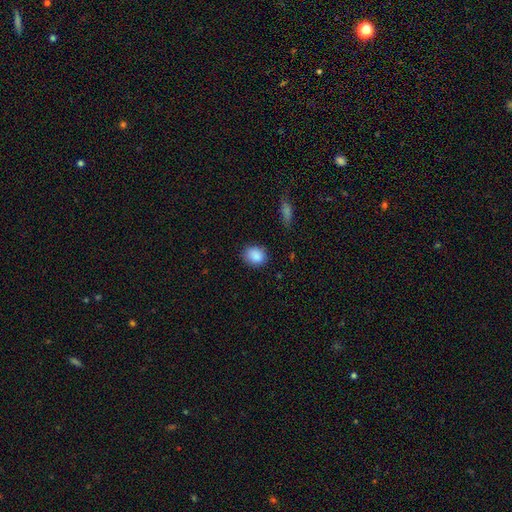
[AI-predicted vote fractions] The model was most divided on "how rounded": round: 57%, in between: 42%, cigar-shaped: 1%. More confident: smooth or featured — smooth (88%); merging — none (82%).